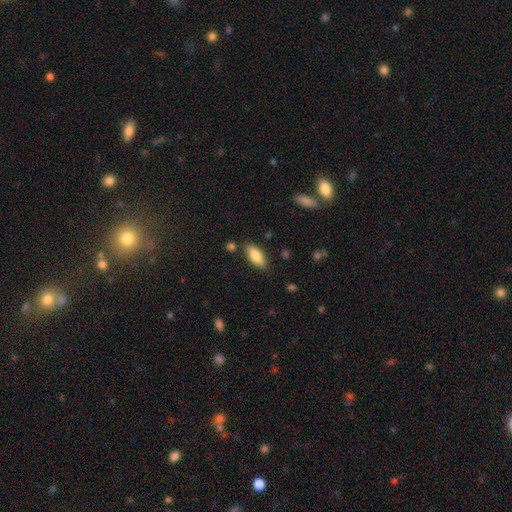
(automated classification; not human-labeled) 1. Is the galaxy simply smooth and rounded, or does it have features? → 83% smooth, 11% featured or disk, 7% star or artifact.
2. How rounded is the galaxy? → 80% in between, 18% cigar-shaped, 2% round.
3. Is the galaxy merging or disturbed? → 83% none, 12% minor disturbance, 3% merger, 3% major disturbance.